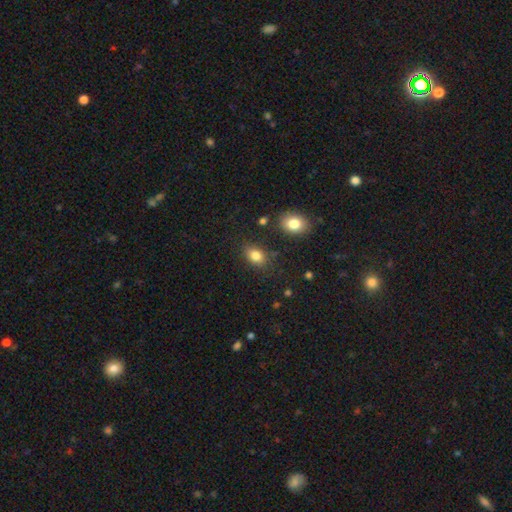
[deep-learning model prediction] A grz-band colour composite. It shows a smooth galaxy with no disk features (84%) that is in between round and cigar-shaped (76%). Merging: none (79%).